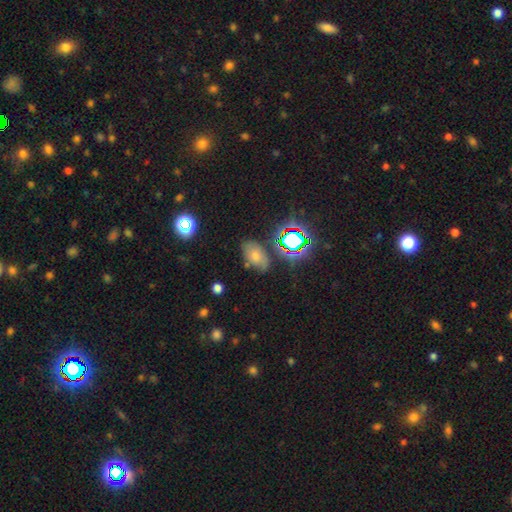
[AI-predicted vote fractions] This is marginally a smooth galaxy (42%). Merging: likely none (74%).